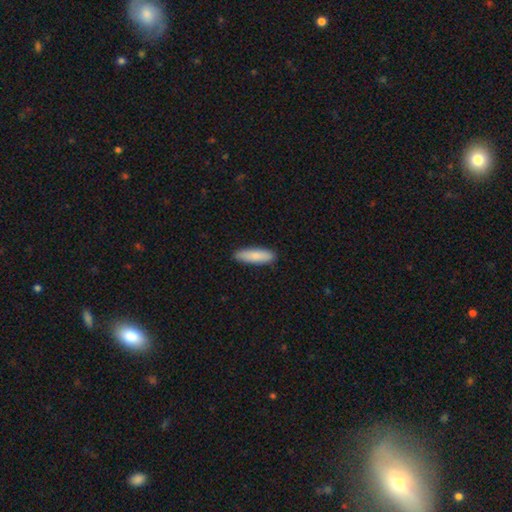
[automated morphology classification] Smooth or featured? smooth (85%)
How rounded? cigar-shaped (58%)
Merging? none (90%)